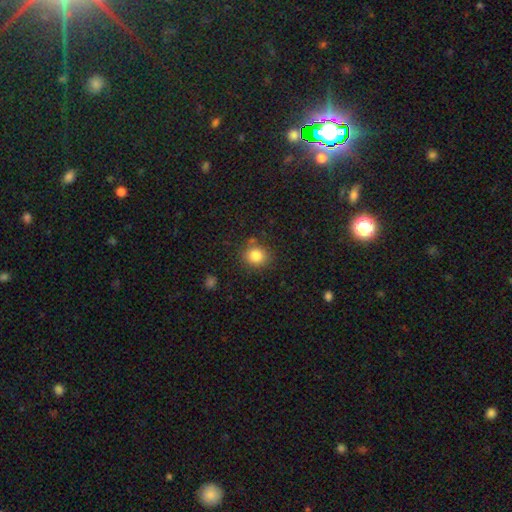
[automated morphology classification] smooth_or_featured: smooth (p=0.83) [alt: star or artifact p=0.11]
how_rounded: round (p=0.80) [alt: in between p=0.19]
merging: none (p=0.82) [alt: minor disturbance p=0.11]